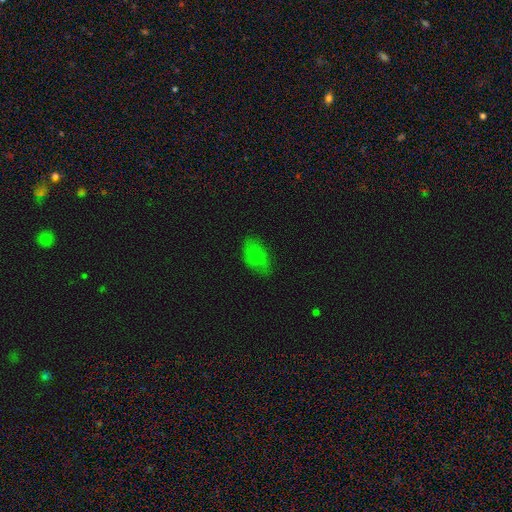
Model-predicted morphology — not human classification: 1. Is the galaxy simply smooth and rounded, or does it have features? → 76% smooth, 12% featured or disk, 11% star or artifact.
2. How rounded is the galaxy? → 92% in between, 5% round, 2% cigar-shaped.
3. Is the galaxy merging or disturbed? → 68% none, 25% minor disturbance, 6% major disturbance, 1% merger.